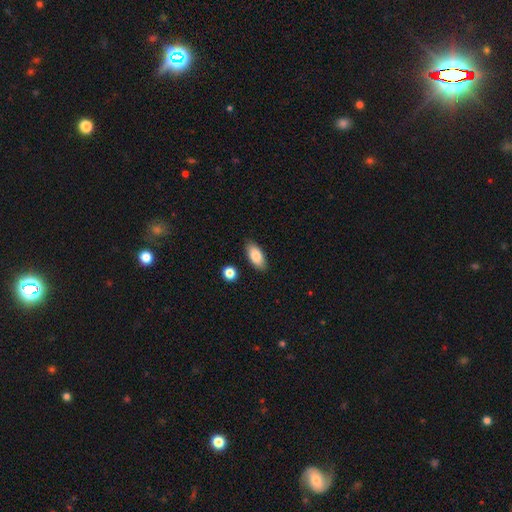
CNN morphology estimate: Smooth or featured? smooth (84%)
How rounded? in between (90%)
Merging? none (86%)